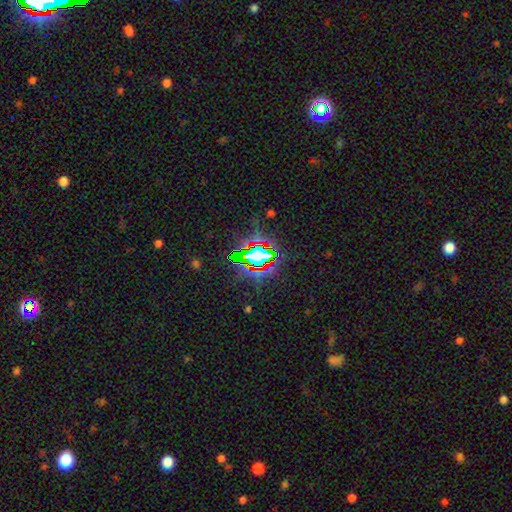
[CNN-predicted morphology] The model was most divided on "smooth or featured": star or artifact: 73%, smooth: 15%, featured or disk: 12%.